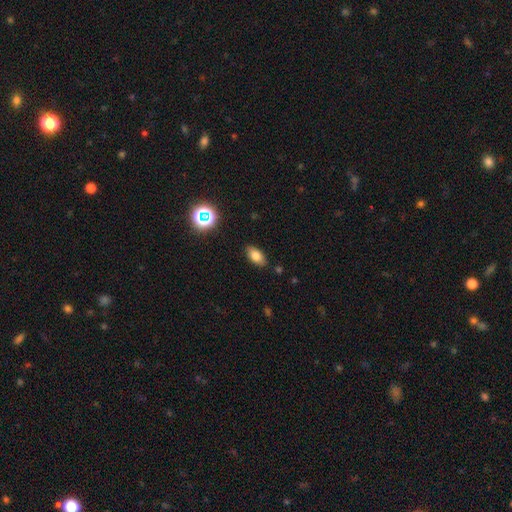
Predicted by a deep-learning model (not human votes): Smooth or featured: smooth — 78% (star or artifact — 12%)
How rounded: in between — 90% (round — 6%)
Merging: none — 86% (minor disturbance — 10%)